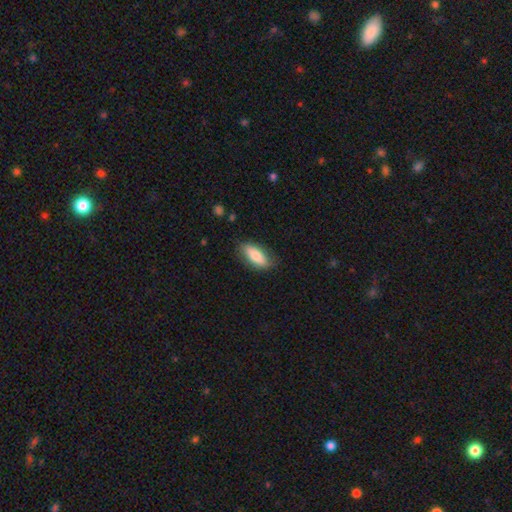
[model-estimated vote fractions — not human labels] This is likely a smooth galaxy (79%). How rounded: likely in between (75%). Merging: likely none (80%).